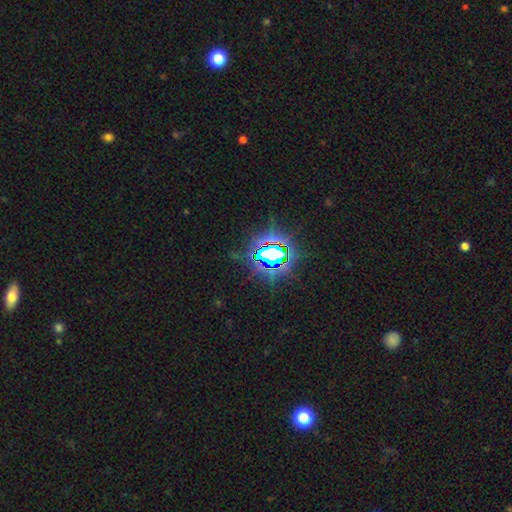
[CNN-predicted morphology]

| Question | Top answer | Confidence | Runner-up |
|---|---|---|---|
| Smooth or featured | star or artifact | 81% | smooth (11%) |